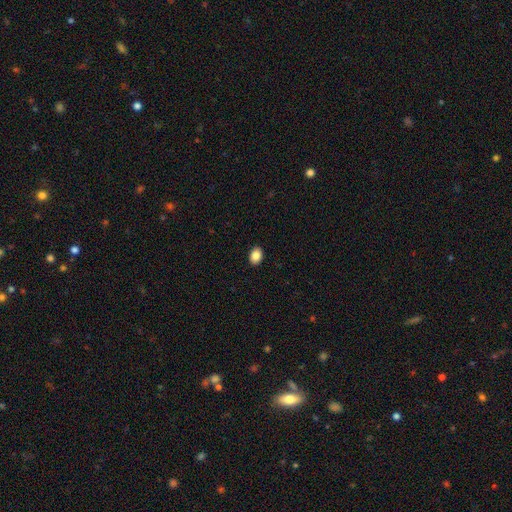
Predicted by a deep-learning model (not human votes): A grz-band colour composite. It shows a smooth galaxy with no disk features (87%) that is in between round and cigar-shaped (77%). Merging: none (91%).